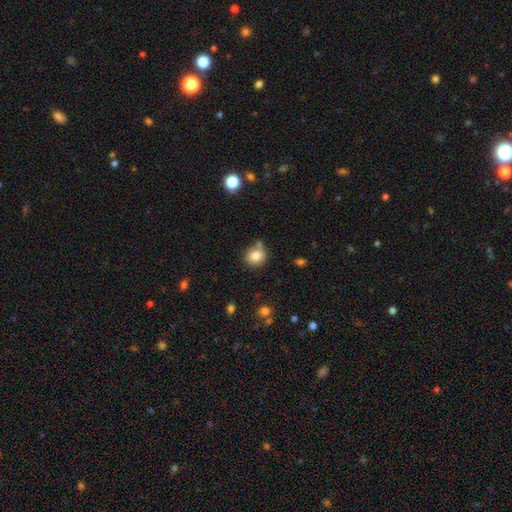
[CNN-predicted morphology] smooth_or_featured: smooth (p=0.81) [alt: star or artifact p=0.11]
how_rounded: round (p=0.84) [alt: in between p=0.15]
merging: none (p=0.69) [alt: minor disturbance p=0.14]